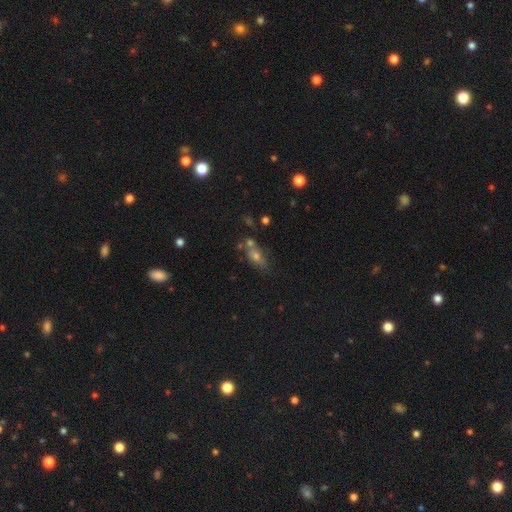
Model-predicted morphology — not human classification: Smooth or featured? smooth (60%)
How rounded? in between (71%)
Merging? none (54%)